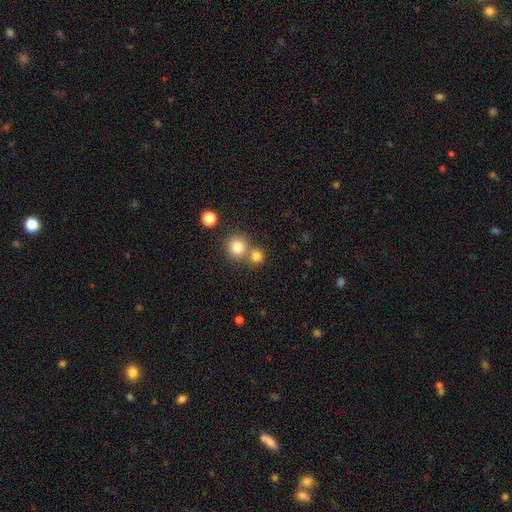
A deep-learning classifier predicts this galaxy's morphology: Q: Smooth or featured?
A: smooth (79%); runner-up: star or artifact (13%)
Q: How rounded?
A: round (88%); runner-up: in between (11%)
Q: Merging?
A: none (55%); runner-up: merger (36%)